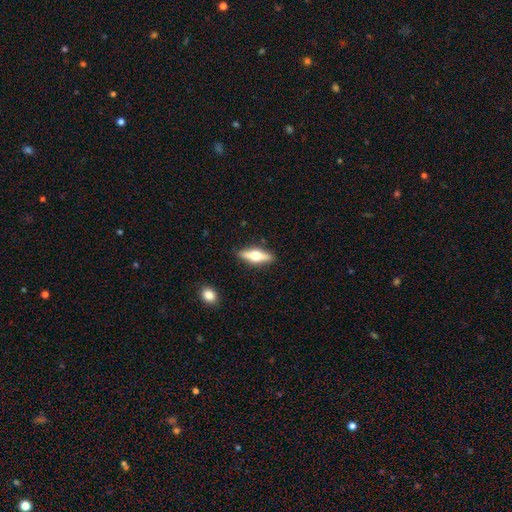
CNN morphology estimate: A featured or disk galaxy (54%) viewed edge-on (92%). Merging: none (89%).